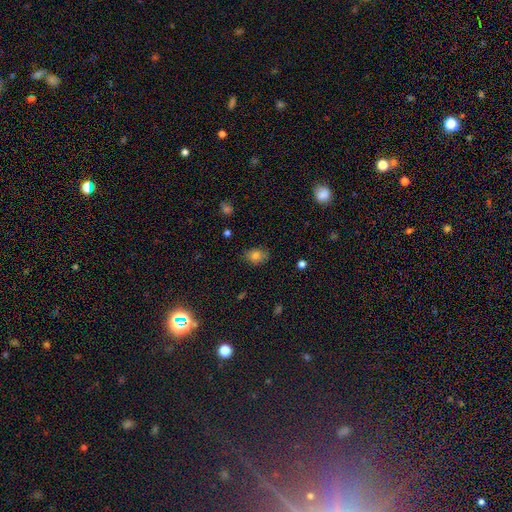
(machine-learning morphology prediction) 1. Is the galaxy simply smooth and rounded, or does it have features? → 80% smooth, 12% star or artifact, 8% featured or disk.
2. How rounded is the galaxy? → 67% in between, 32% round, 1% cigar-shaped.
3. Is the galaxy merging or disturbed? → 79% none, 17% minor disturbance, 3% major disturbance, 1% merger.